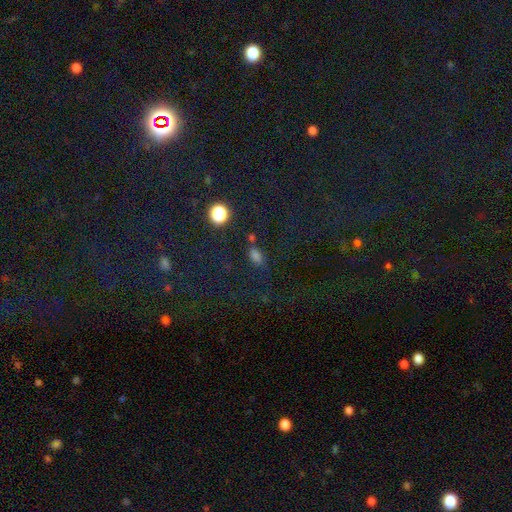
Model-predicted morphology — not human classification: This appears to be a smooth galaxy with no disk features (68%) that is in between round and cigar-shaped (77%). Merging: none (67%).